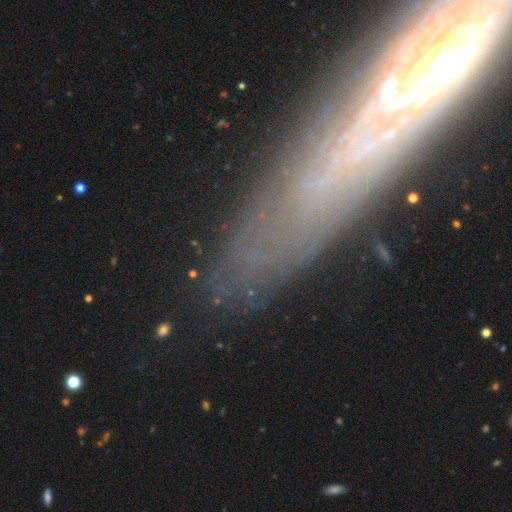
Overall: featured or disk (78%). Edge-on disk: no (65%; yes 35%). Bar: no (65%). Spiral arms: yes (95%). Spiral arm count: can't tell (42%; 2 21%). Spiral winding: tight (58%; medium 26%). Bulge size: moderate (65%). Merging: none (79%).